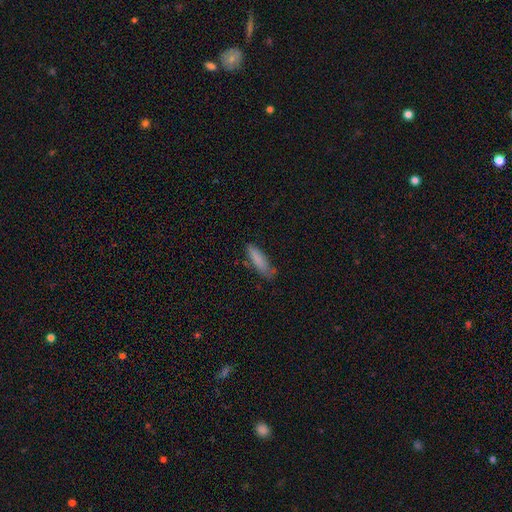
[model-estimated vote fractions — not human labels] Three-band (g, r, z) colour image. It shows a smooth galaxy with no disk features (80%) that is cigar-shaped (71%). Merging: none (71%).